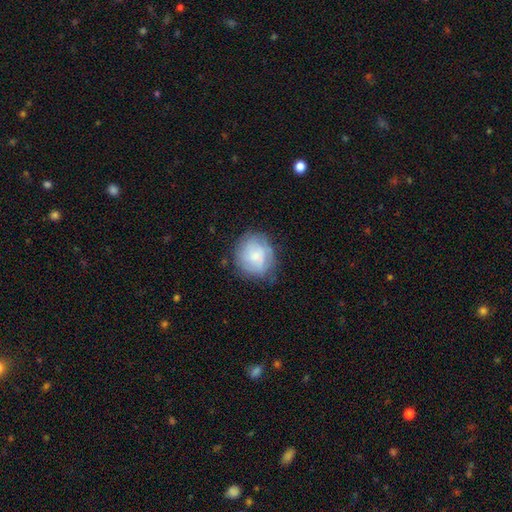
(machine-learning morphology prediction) Smooth or featured? smooth (59%)
How rounded? round (81%)
Merging? none (70%)